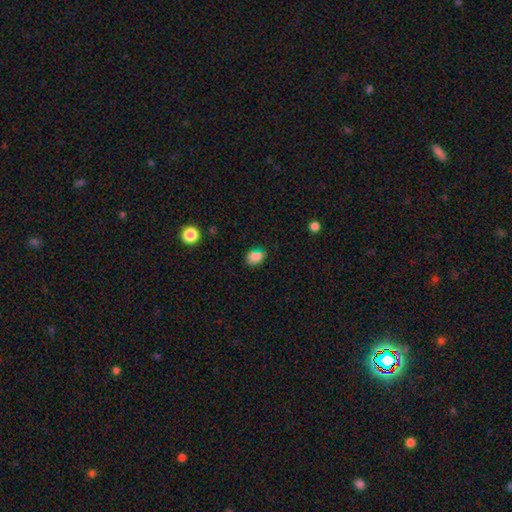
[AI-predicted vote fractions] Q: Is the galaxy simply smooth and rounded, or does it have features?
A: smooth — 81%.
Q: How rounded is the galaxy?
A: in between — 59%.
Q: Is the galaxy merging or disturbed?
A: none — 76%.